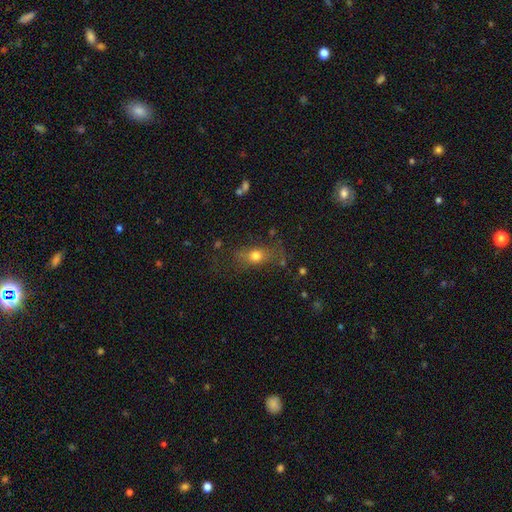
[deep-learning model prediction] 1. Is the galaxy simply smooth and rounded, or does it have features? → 68% smooth, 19% featured or disk, 13% star or artifact.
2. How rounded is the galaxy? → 62% in between, 26% round, 12% cigar-shaped.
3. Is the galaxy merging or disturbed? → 61% none, 21% minor disturbance, 14% major disturbance, 4% merger.